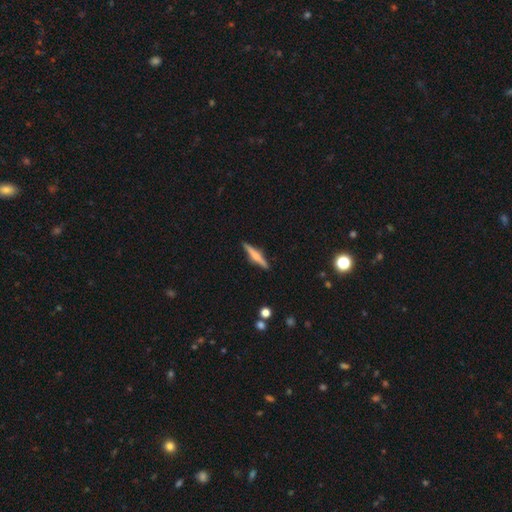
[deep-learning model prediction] Smooth or featured: featured or disk — 58% (smooth — 36%)
Edge-on disk: yes — 97% (no — 3%)
Edge-on bulge: rounded — 75% (boxy — 13%)
Merging: none — 90% (minor disturbance — 7%)